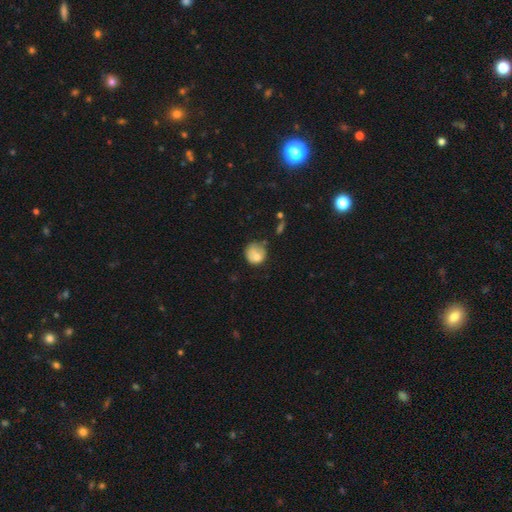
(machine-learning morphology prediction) Smooth or featured?
  - smooth: 73% *
  - featured or disk: 18%
  - star or artifact: 9%
How rounded?
  - round: 77% *
  - in between: 22%
  - cigar-shaped: 1%
Merging?
  - none: 41% *
  - minor disturbance: 33%
  - major disturbance: 17%
  - merger: 9%